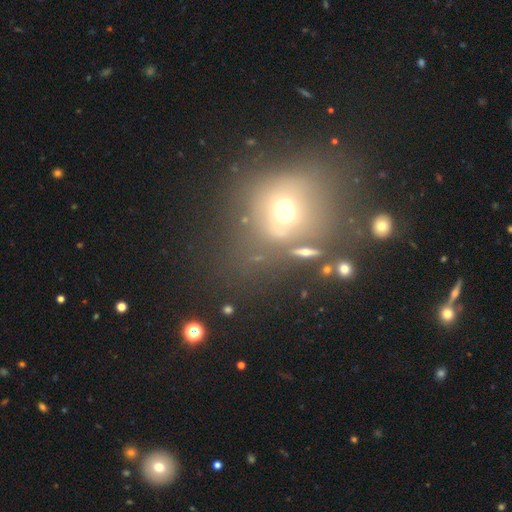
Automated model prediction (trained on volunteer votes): Q: Smooth or featured?
A: smooth (47%); runner-up: star or artifact (33%)
Q: Merging?
A: none (60%); runner-up: minor disturbance (18%)